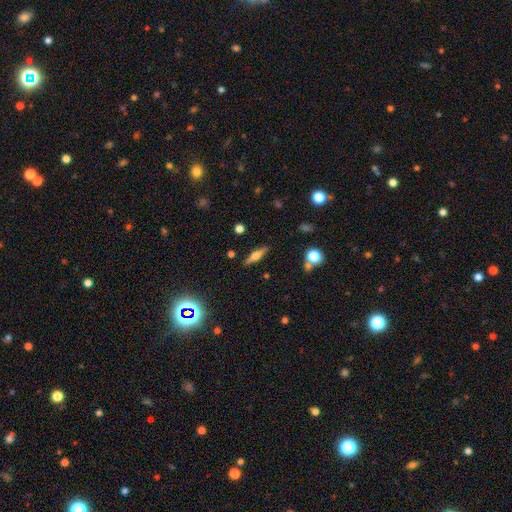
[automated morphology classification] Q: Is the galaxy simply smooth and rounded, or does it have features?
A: featured or disk — 64%.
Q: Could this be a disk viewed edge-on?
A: yes — 96%.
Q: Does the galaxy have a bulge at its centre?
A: rounded — 91%.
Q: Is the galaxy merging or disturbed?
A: none — 87%.